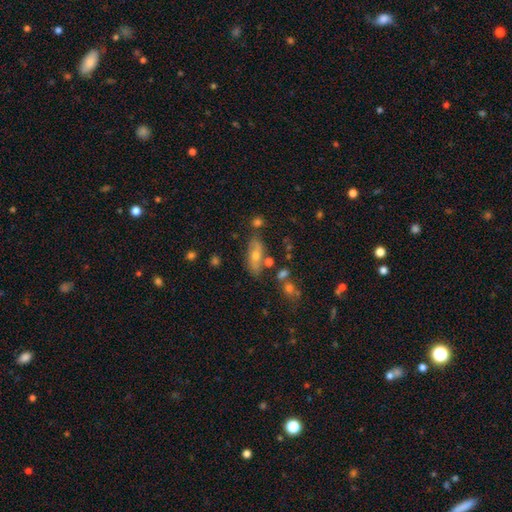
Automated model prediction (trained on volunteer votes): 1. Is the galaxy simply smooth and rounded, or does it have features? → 48% smooth, 40% featured or disk, 13% star or artifact.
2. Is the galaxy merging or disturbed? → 69% none, 16% minor disturbance, 9% merger, 5% major disturbance.